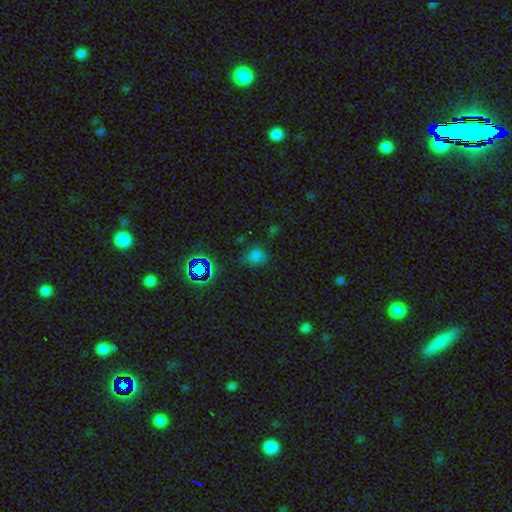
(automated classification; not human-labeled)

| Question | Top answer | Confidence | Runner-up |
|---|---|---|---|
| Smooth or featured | smooth | 62% | star or artifact (32%) |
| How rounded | in between | 55% | round (43%) |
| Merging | none | 69% | minor disturbance (20%) |